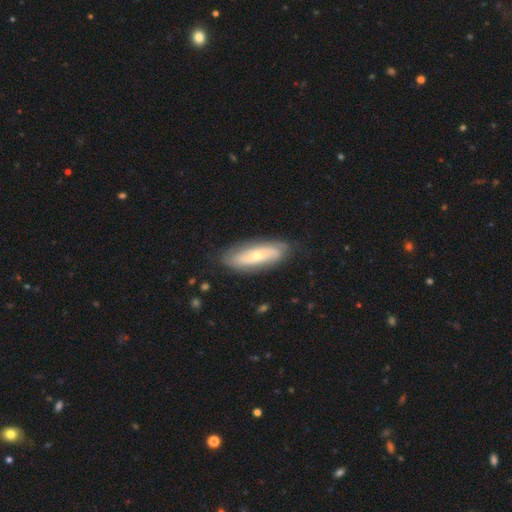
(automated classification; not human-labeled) featured or disk 60%, smooth 34%, star or artifact 6%. Down the decision tree: edge-on disk — no (77%); merging — none (81%).